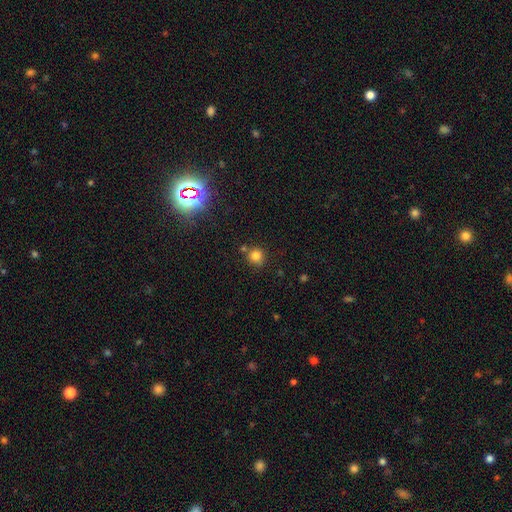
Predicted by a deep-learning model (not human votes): The model was most divided on "merging": none: 74%, merger: 12%, minor disturbance: 11%, major disturbance: 3%. More confident: how rounded — round (90%); smooth or featured — smooth (79%).